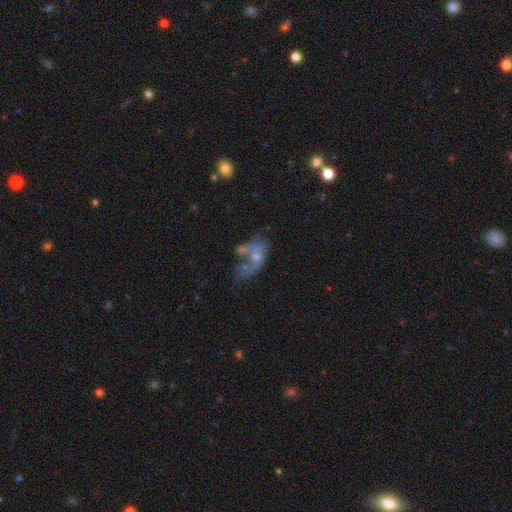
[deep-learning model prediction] Overall: featured or disk (50%; smooth 38%). Merging: merger (36%; major disturbance 34%).